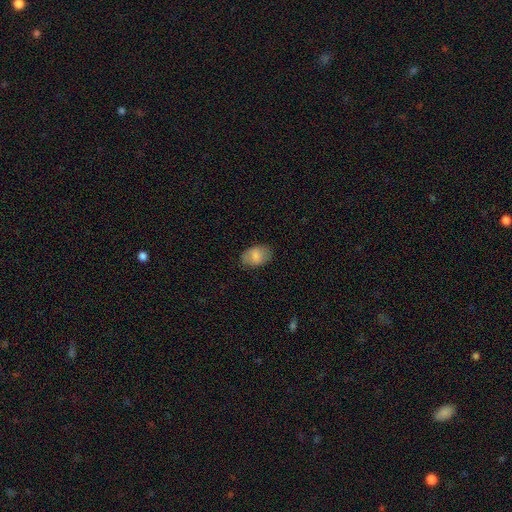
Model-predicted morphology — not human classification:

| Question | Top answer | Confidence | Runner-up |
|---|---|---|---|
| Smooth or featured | smooth | 80% | featured or disk (13%) |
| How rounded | in between | 88% | round (10%) |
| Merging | none | 80% | minor disturbance (15%) |